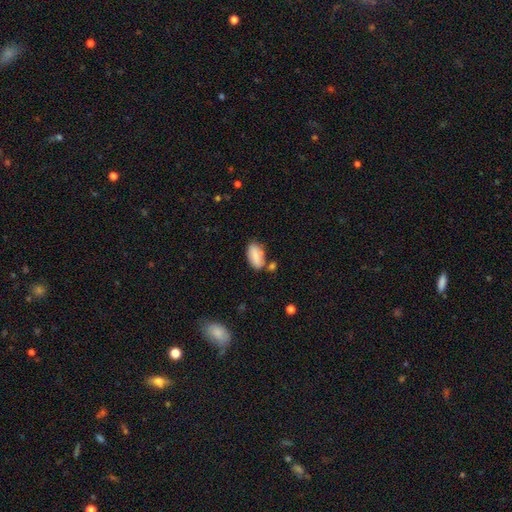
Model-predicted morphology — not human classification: A smooth galaxy with no disk features (82%) that is in between round and cigar-shaped (93%).

Vote fractions:
- Smooth or featured? smooth: 82% / featured or disk: 11% / star or artifact: 7%
- How rounded? in between: 93% / cigar-shaped: 4% / round: 3%
- Merging? none: 66% / minor disturbance: 17% / merger: 12% / major disturbance: 4%